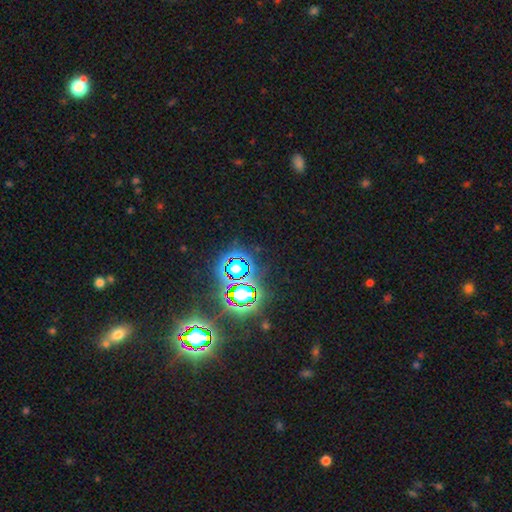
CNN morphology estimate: Smooth or featured? Predicted: star or artifact (p=0.79).